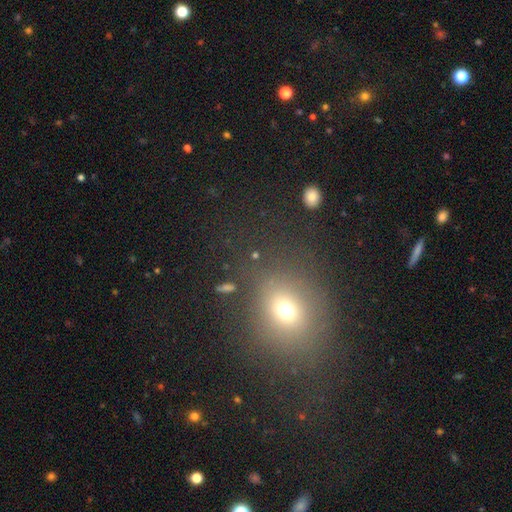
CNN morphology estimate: Smooth or featured? Predicted: smooth (p=0.56). How rounded? Predicted: round (p=0.68). Merging? Predicted: none (p=0.78).